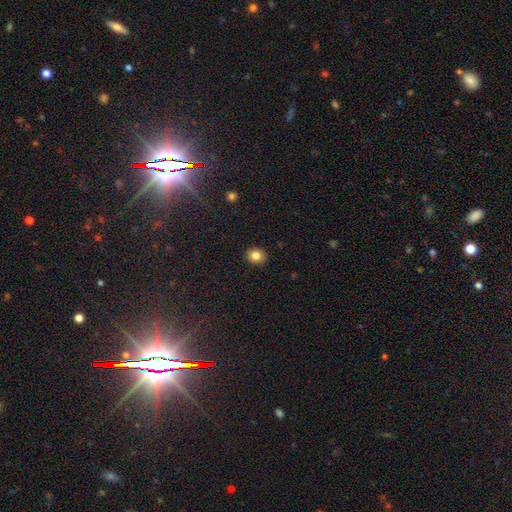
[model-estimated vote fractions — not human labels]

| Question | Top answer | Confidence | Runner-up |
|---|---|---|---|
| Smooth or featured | smooth | 83% | star or artifact (10%) |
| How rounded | round | 64% | in between (35%) |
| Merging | none | 91% | minor disturbance (6%) |